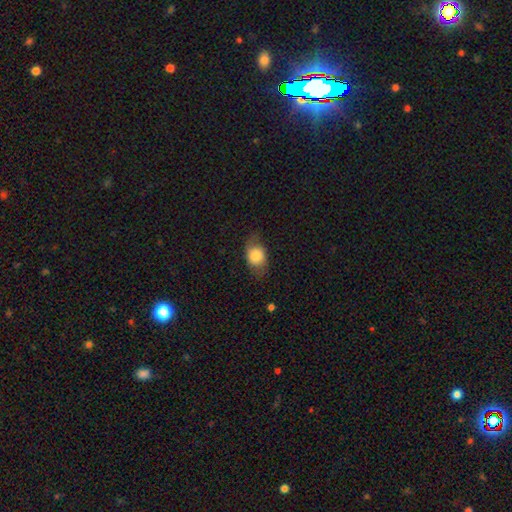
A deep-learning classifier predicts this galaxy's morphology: Q: Smooth or featured?
A: smooth (76%); runner-up: featured or disk (16%)
Q: How rounded?
A: in between (68%); runner-up: round (30%)
Q: Merging?
A: none (66%); runner-up: minor disturbance (24%)